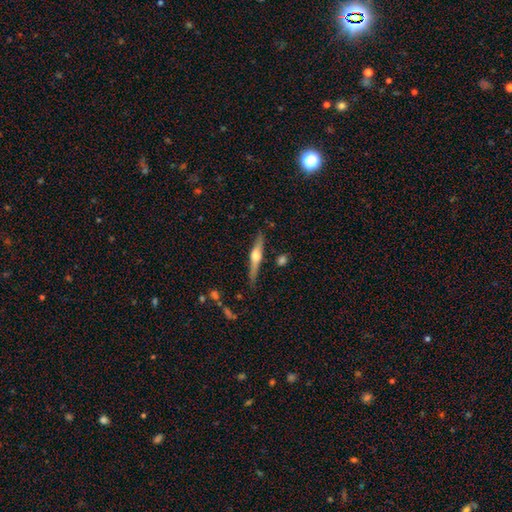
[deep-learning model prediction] This is likely a featured or disk galaxy (66%). It is clearly viewed edge-on (97%). Edge-on bulge: clearly rounded (92%). Merging: clearly none (84%).